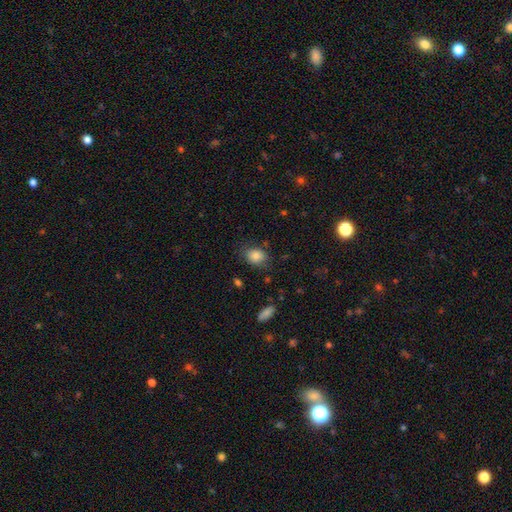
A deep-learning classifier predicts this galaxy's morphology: Overall: smooth (83%). How rounded: in between (63%; round 36%). Merging: none (74%).